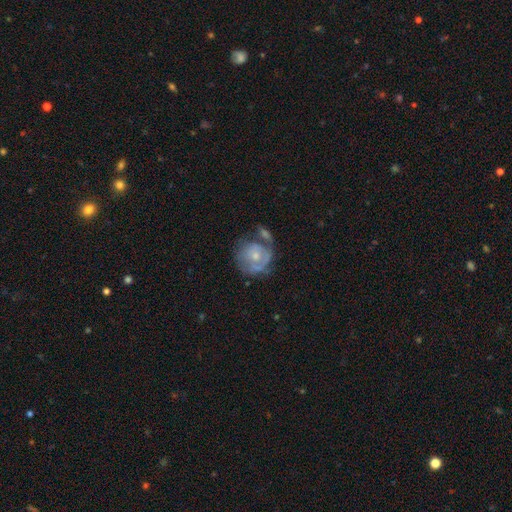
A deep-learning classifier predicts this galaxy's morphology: The model was most divided on "bulge size" (2-way tie): moderate: 46%, small: 46%, none: 4%, large: 3%, dominant: 1%. Remaining: edge-on disk — no (97%); bar — no (84%); spiral arms — yes (55%); smooth or featured — featured or disk (55%); merging — none (41%).